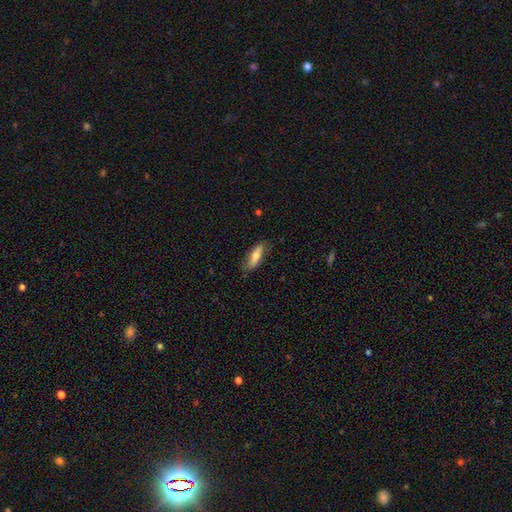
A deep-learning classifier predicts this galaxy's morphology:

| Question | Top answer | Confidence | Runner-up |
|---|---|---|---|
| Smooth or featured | smooth | 70% | featured or disk (24%) |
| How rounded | cigar-shaped | 51% | in between (47%) |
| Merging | none | 75% | minor disturbance (19%) |